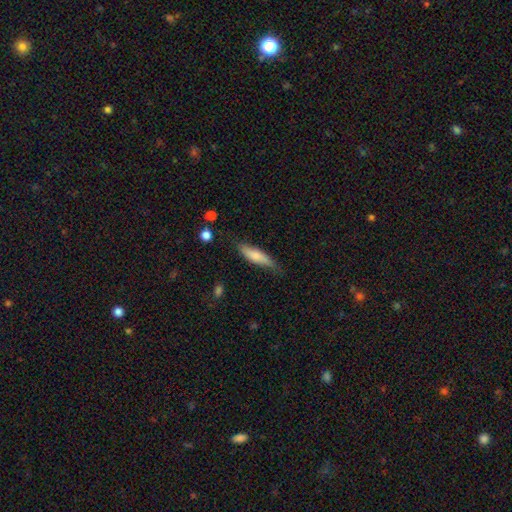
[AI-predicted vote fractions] This appears to be a smooth galaxy with no disk features (75%) that is cigar-shaped (63%). Merging: none (64%).